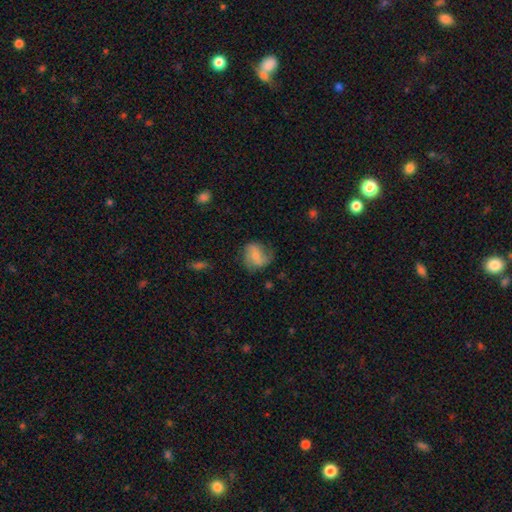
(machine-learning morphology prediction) This is possibly a smooth galaxy (52%). How rounded: possibly round (52%). Merging: possibly none (53%).